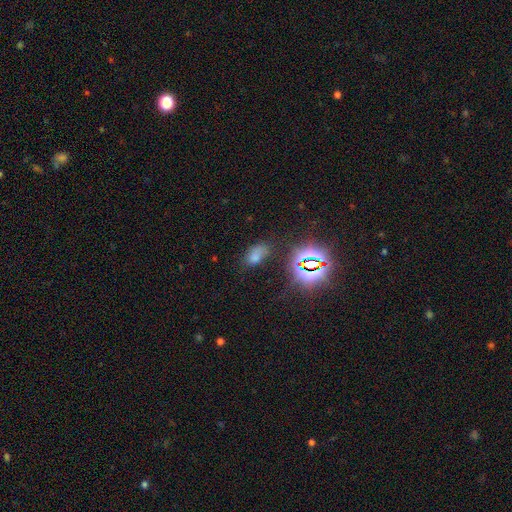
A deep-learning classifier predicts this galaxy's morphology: smooth-or-featured: smooth: 59% | star or artifact: 30% | featured or disk: 11%
  how-rounded: in between: 88% | round: 8% | cigar-shaped: 3%
  merging: none: 53% | minor disturbance: 25% | major disturbance: 14% | merger: 8%